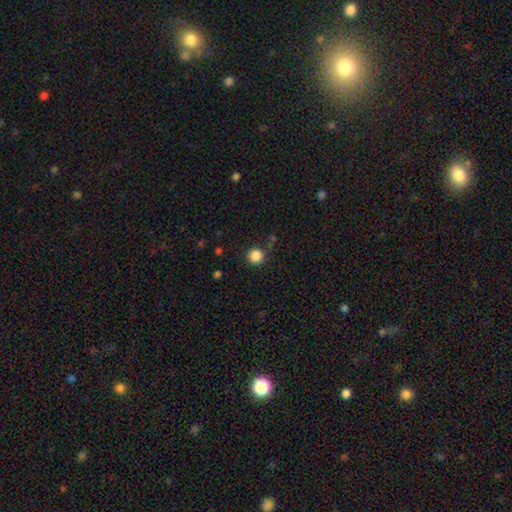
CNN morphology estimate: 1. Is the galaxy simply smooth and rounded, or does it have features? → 86% smooth, 11% star or artifact, 3% featured or disk.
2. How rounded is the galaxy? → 95% round, 4% in between, 1% cigar-shaped.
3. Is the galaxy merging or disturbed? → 88% none, 7% minor disturbance, 3% major disturbance, 2% merger.